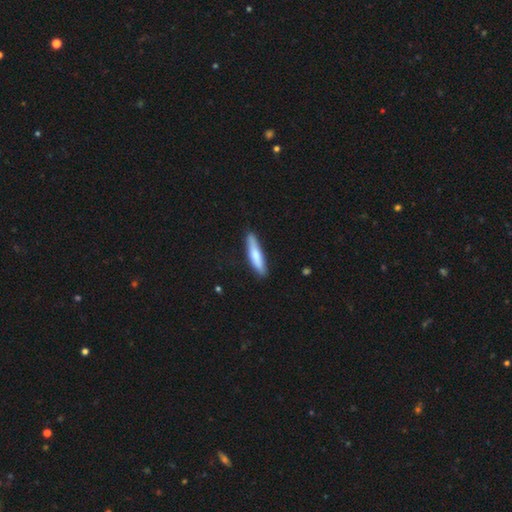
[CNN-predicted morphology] Smooth or featured? Predicted: smooth (p=0.73). How rounded? Predicted: cigar-shaped (p=0.85). Merging? Predicted: none (p=0.85).